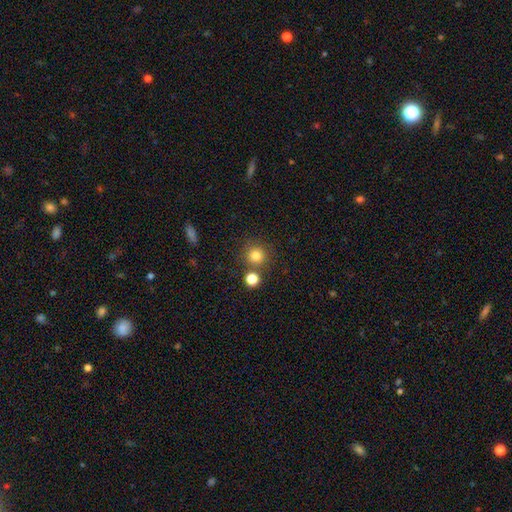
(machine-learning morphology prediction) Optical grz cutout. It shows a smooth galaxy with no disk features (81%) that is round (93%). Merging: none (77%).